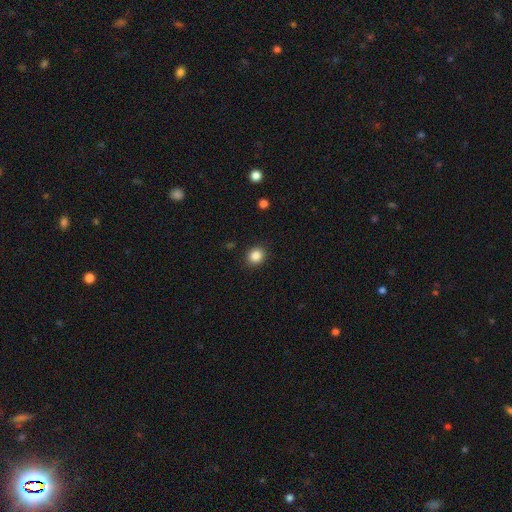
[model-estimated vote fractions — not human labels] smooth-or-featured: smooth: 86% | star or artifact: 10% | featured or disk: 4%
  how-rounded: round: 73% | in between: 26% | cigar-shaped: 1%
  merging: none: 90% | minor disturbance: 7% | major disturbance: 2% | merger: 1%